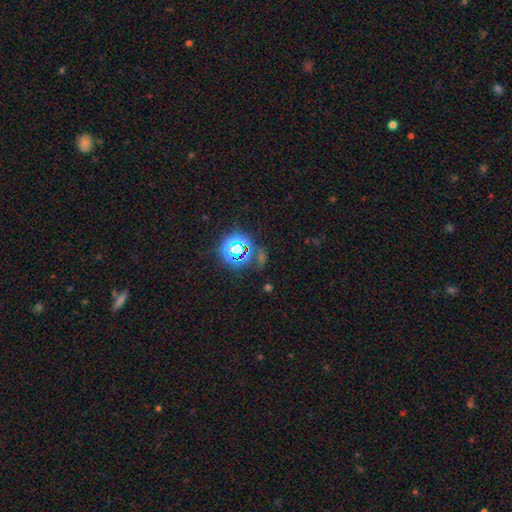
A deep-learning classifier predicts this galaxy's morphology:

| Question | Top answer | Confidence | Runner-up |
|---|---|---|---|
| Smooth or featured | star or artifact | 67% | smooth (25%) |